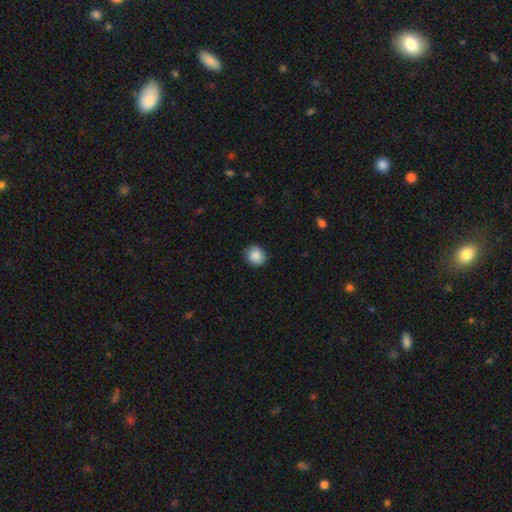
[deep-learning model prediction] Smooth or featured?
  - smooth: 88% *
  - star or artifact: 8%
  - featured or disk: 4%
How rounded?
  - round: 82% *
  - in between: 17%
  - cigar-shaped: 1%
Merging?
  - none: 88% *
  - minor disturbance: 9%
  - major disturbance: 2%
  - merger: 1%